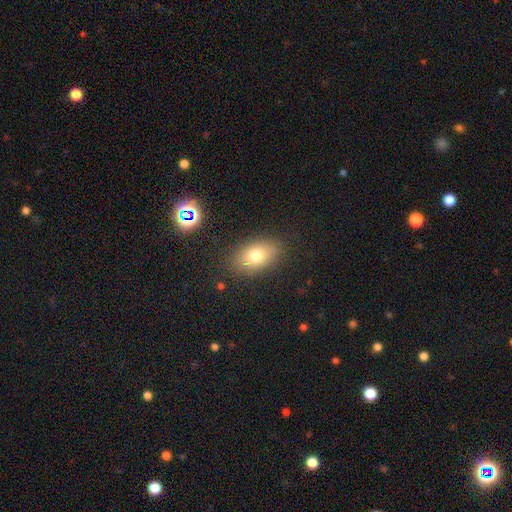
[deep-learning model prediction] Overall: smooth (75%). How rounded: in between (85%). Merging: none (83%).